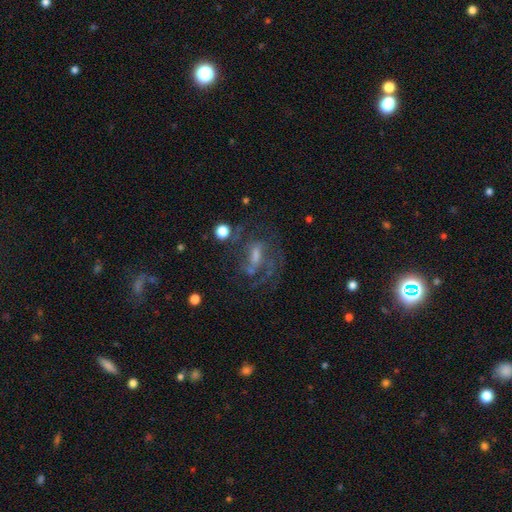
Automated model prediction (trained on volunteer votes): Smooth or featured: featured or disk — 68% (star or artifact — 16%)
Edge-on disk: no — 93% (yes — 7%)
Bar: weak — 45% (no — 30%)
Spiral arms: yes — 80% (no — 20%)
Spiral winding: medium — 46% (tight — 33%)
Spiral arm count: can't tell — 40% (2 — 25%)
Bulge size: moderate — 36% (small — 32%)
Merging: none — 54% (major disturbance — 23%)